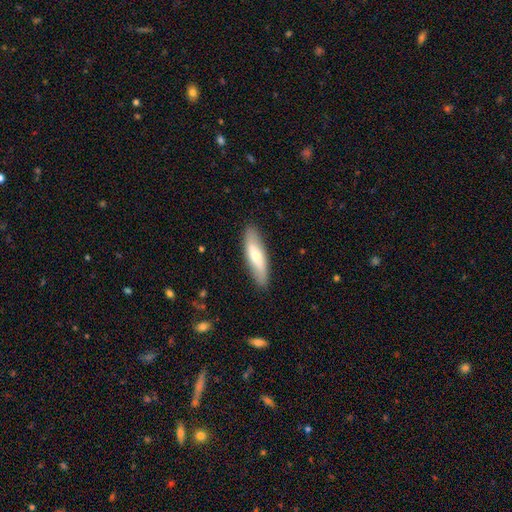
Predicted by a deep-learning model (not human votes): smooth_or_featured: smooth (p=0.60) [alt: featured or disk p=0.35]
how_rounded: cigar-shaped (p=0.64) [alt: in between p=0.34]
merging: none (p=0.88) [alt: minor disturbance p=0.09]